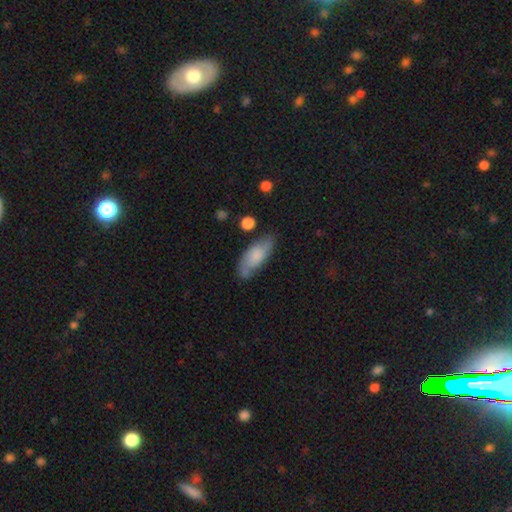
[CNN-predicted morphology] Q: Smooth or featured?
A: smooth (61%); runner-up: featured or disk (33%)
Q: How rounded?
A: in between (80%); runner-up: cigar-shaped (18%)
Q: Merging?
A: none (71%); runner-up: minor disturbance (21%)